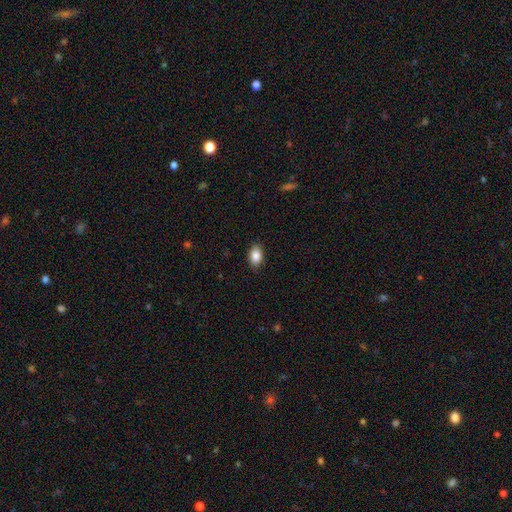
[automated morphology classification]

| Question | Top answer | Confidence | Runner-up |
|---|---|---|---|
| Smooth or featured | smooth | 87% | star or artifact (8%) |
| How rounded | in between | 88% | round (10%) |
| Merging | none | 86% | minor disturbance (11%) |